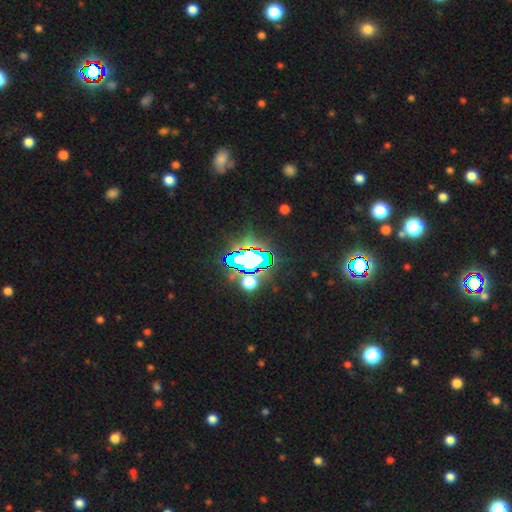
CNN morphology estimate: Smooth or featured? Predicted: star or artifact (p=0.67).